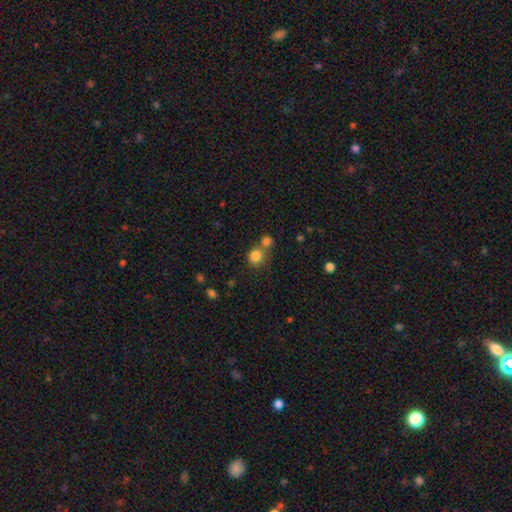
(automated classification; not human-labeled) Q: Smooth or featured?
A: smooth (82%); runner-up: star or artifact (12%)
Q: How rounded?
A: round (88%); runner-up: in between (11%)
Q: Merging?
A: none (50%); runner-up: merger (39%)